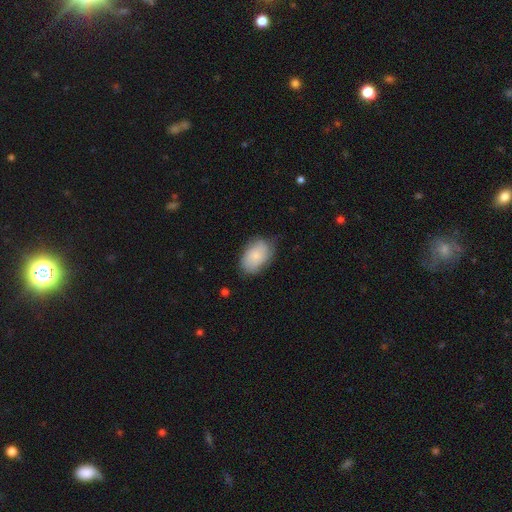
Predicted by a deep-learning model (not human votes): Q: Smooth or featured?
A: smooth (78%); runner-up: featured or disk (15%)
Q: How rounded?
A: in between (88%); runner-up: round (11%)
Q: Merging?
A: none (67%); runner-up: minor disturbance (26%)